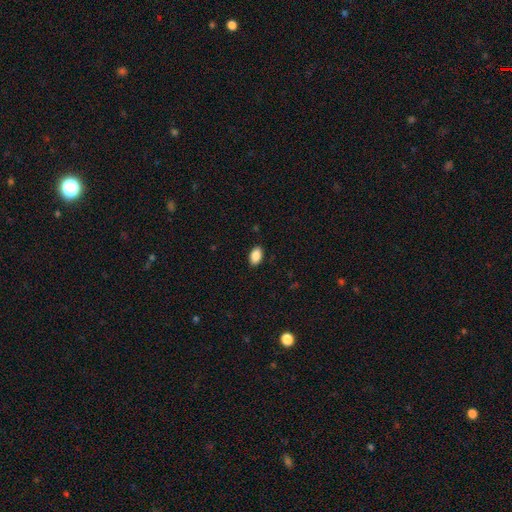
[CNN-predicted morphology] smooth 89%, star or artifact 8%, featured or disk 4%. Down the decision tree: how rounded — in between (92%); merging — none (89%).